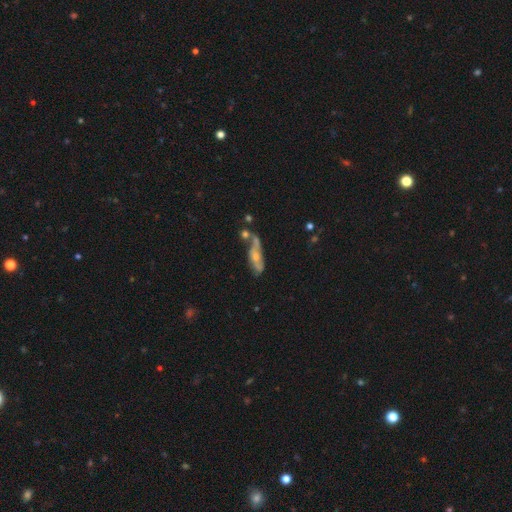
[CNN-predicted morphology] A featured or disk galaxy (56%).

Vote fractions:
- Smooth or featured? featured or disk: 56% / smooth: 35% / star or artifact: 9%
- Edge-on disk? no: 67% / yes: 33%
- Merging? none: 35% / merger: 26% / minor disturbance: 22% / major disturbance: 17%